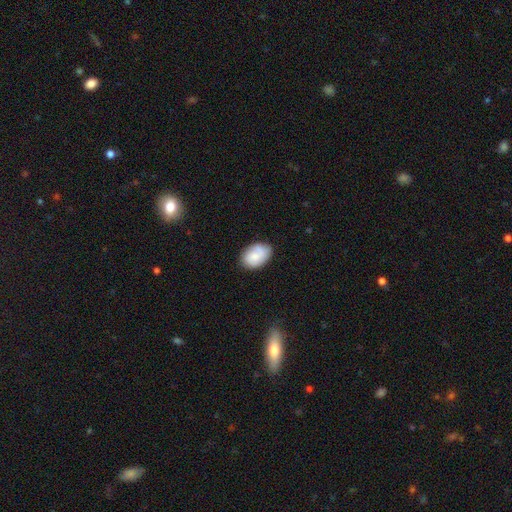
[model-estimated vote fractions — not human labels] Smooth or featured: smooth — 75% (featured or disk — 18%)
How rounded: in between — 84% (round — 15%)
Merging: none — 77% (minor disturbance — 18%)